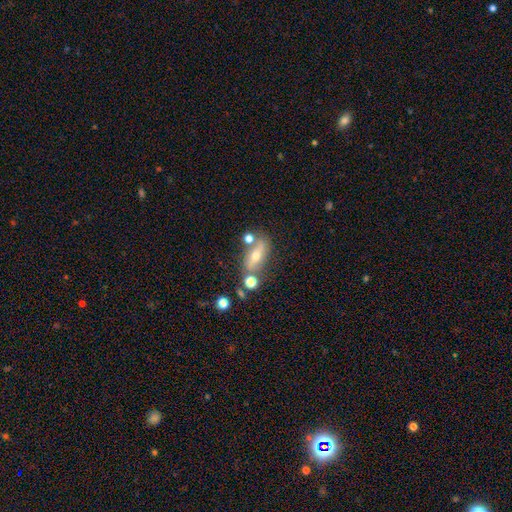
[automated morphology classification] Smooth or featured: featured or disk — 52% (smooth — 37%)
Edge-on disk: no — 61% (yes — 39%)
Merging: none — 65% (minor disturbance — 15%)